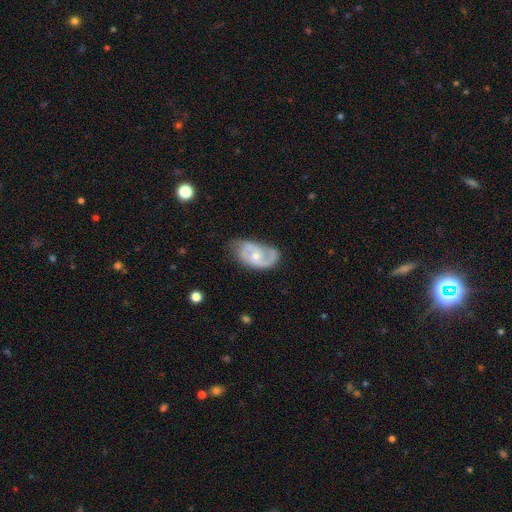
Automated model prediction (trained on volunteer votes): This appears to be a featured or disk galaxy (79%) with no bar (59%), 2 (75%) medium (49%) spiral arms (94%) and a moderate central bulge (48%). Merging: none (61%).